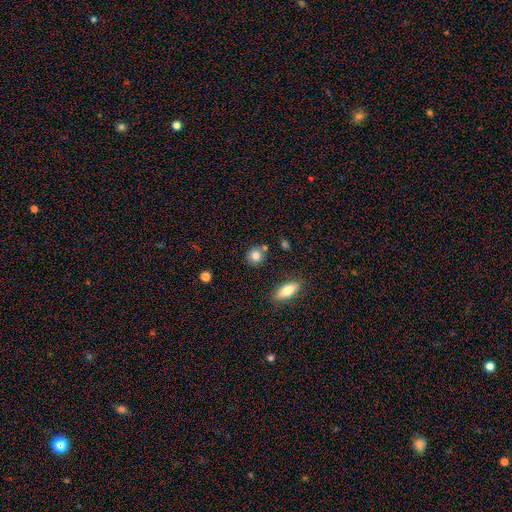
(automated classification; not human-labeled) A smooth galaxy with no disk features (81%) that is round (83%). Merging: none (79%).